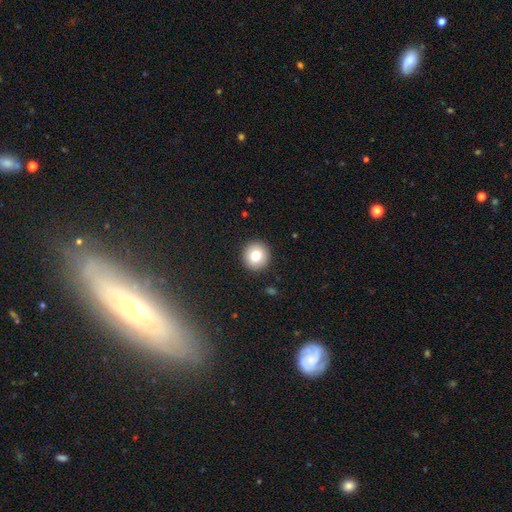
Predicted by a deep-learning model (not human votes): Morphology: type=smooth (78%); roundness=round (94%); merging=none (92%).